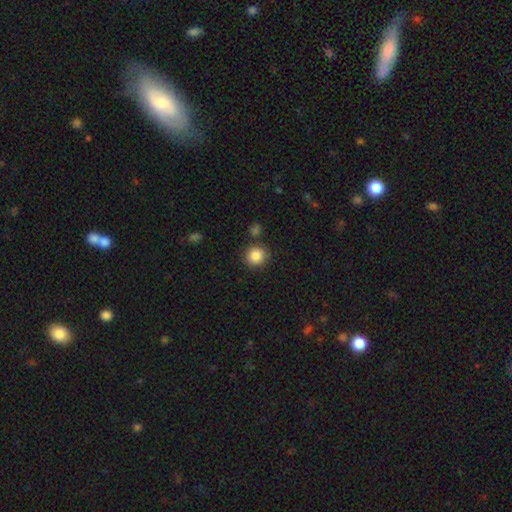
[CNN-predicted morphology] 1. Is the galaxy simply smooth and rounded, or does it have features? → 86% smooth, 9% star or artifact, 5% featured or disk.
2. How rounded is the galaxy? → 90% round, 9% in between, 1% cigar-shaped.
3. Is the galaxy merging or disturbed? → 84% none, 8% minor disturbance, 6% merger, 3% major disturbance.